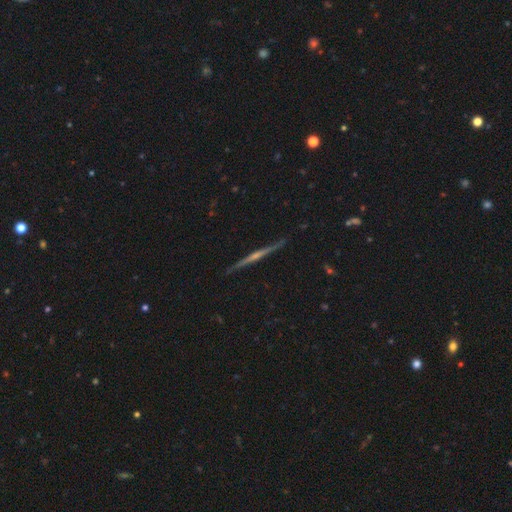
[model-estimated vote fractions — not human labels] Smooth or featured: featured or disk — 80% (smooth — 13%)
Edge-on disk: yes — 98% (no — 2%)
Edge-on bulge: rounded — 65% (none — 26%)
Merging: none — 90% (minor disturbance — 7%)